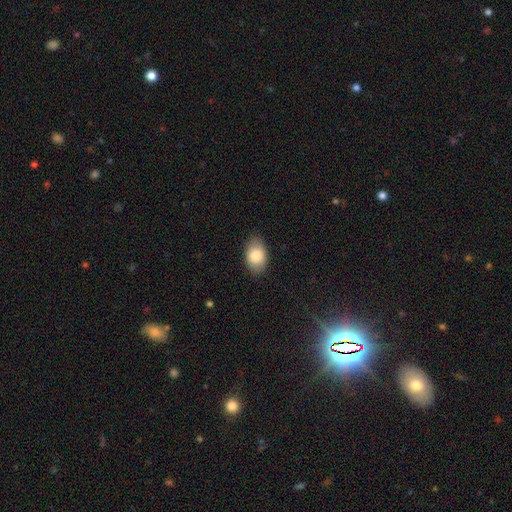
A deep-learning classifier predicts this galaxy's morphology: smooth-or-featured: smooth: 83% | featured or disk: 10% | star or artifact: 7%
  how-rounded: in between: 89% | round: 10% | cigar-shaped: 1%
  merging: none: 85% | minor disturbance: 11% | major disturbance: 2% | merger: 1%